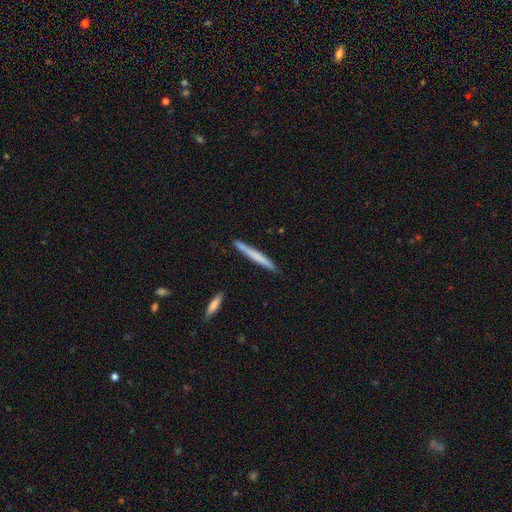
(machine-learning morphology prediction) This is likely a smooth galaxy (63%). How rounded: clearly cigar-shaped (97%). Merging: clearly none (89%).